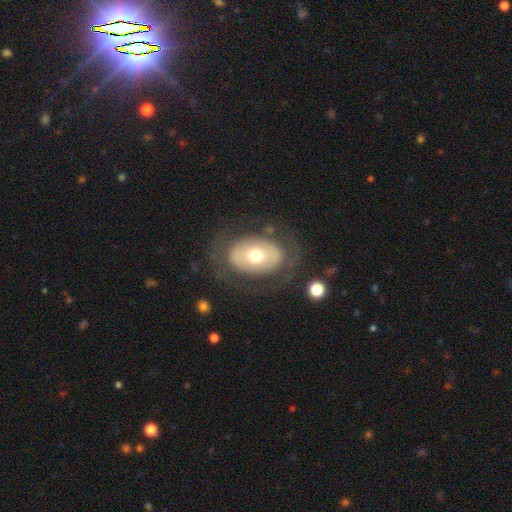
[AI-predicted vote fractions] This appears to be a smooth galaxy with no disk features (51%) that is in between round and cigar-shaped (78%). Merging: none (76%).